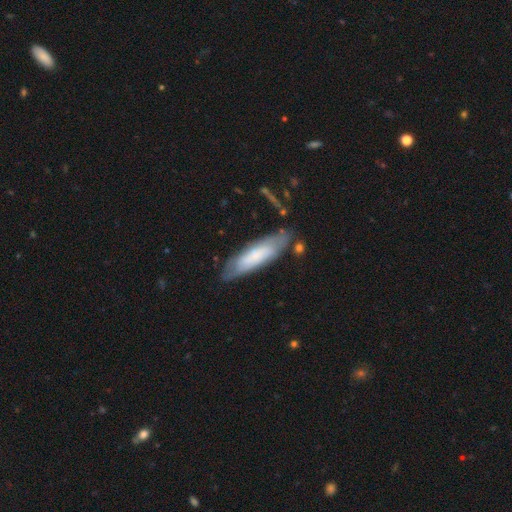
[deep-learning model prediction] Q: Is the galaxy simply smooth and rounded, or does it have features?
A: smooth — 62%.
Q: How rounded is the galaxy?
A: cigar-shaped — 61%.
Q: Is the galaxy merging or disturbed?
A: none — 72%.